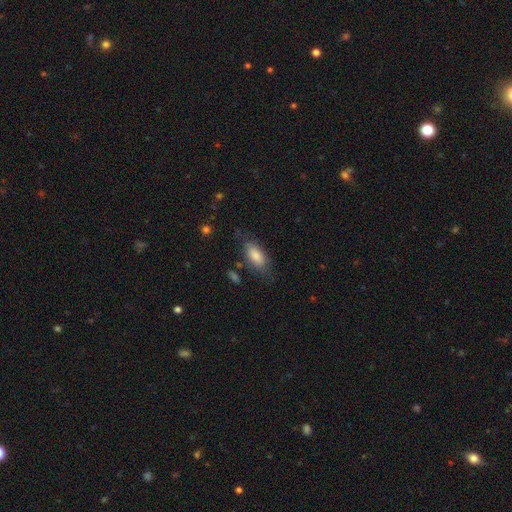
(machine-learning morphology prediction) Smooth or featured: smooth — 82% (featured or disk — 12%)
How rounded: in between — 87% (cigar-shaped — 11%)
Merging: none — 67% (minor disturbance — 22%)